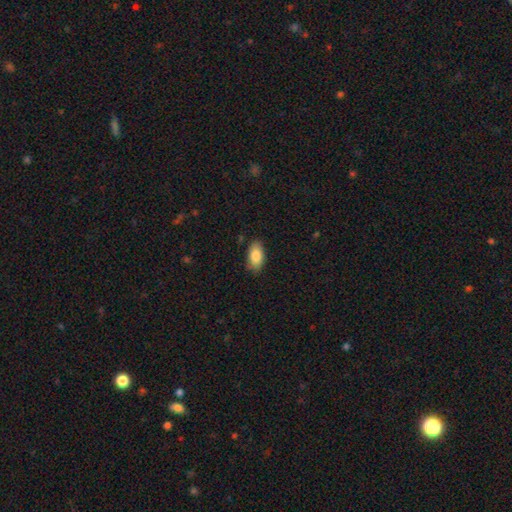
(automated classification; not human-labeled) smooth_or_featured: smooth (p=0.85) [alt: featured or disk p=0.09]
how_rounded: in between (p=0.93) [alt: round p=0.04]
merging: none (p=0.83) [alt: minor disturbance p=0.13]